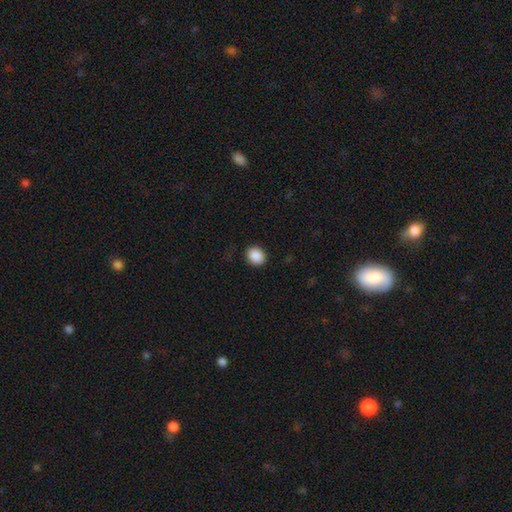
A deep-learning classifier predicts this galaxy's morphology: Smooth or featured? smooth (89%)
How rounded? round (67%)
Merging? none (89%)